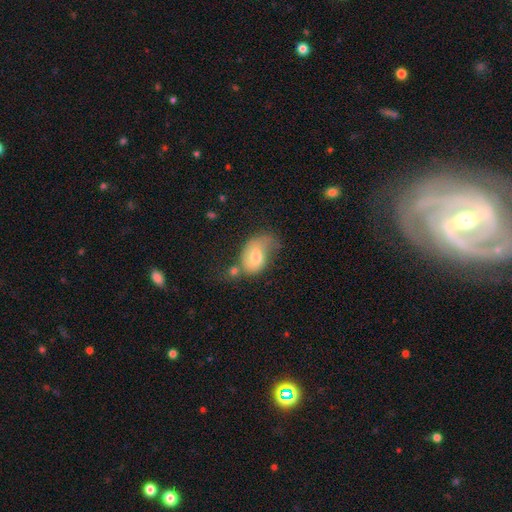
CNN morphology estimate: This appears to be a smooth galaxy with no disk features (58%) that is in between round and cigar-shaped (82%). Merging: minor disturbance (31%).